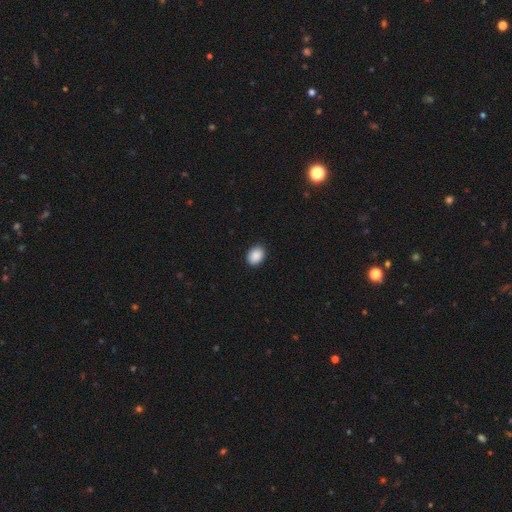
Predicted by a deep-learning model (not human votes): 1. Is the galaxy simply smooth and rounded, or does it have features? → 89% smooth, 7% star or artifact, 3% featured or disk.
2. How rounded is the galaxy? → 70% in between, 29% round, 1% cigar-shaped.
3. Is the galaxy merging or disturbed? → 90% none, 8% minor disturbance, 2% major disturbance, 1% merger.